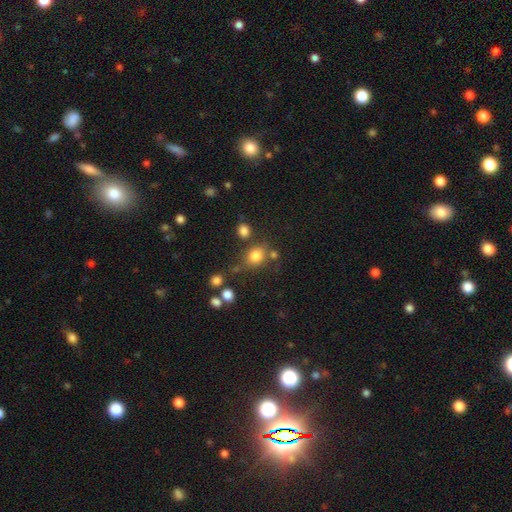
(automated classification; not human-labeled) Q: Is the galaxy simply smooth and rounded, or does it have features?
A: smooth — 79%.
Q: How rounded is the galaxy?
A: round — 70%.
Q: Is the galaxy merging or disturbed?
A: none — 64%.